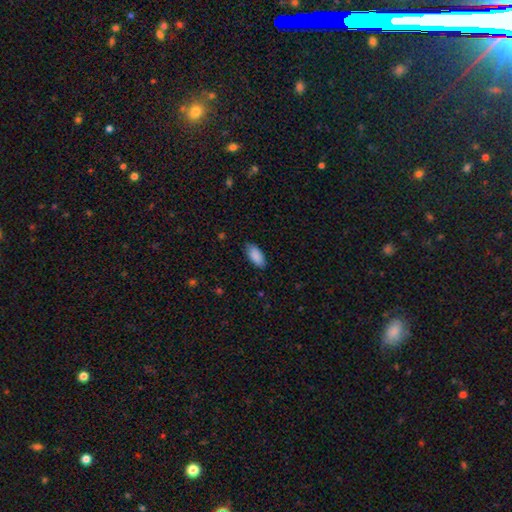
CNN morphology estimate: This is clearly a smooth galaxy (90%). How rounded: clearly in between (92%). Merging: clearly none (84%).